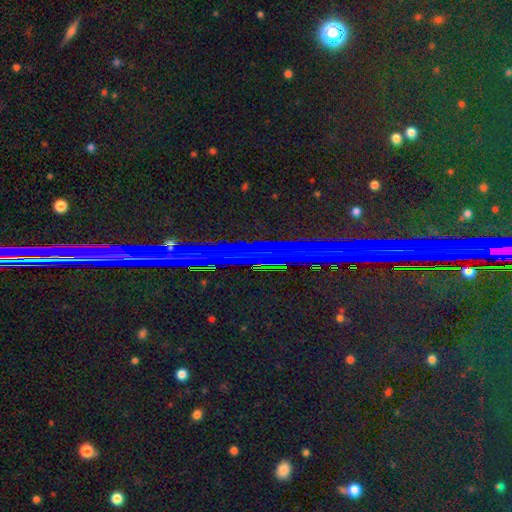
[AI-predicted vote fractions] Q: Smooth or featured?
A: star or artifact (83%); runner-up: featured or disk (9%)